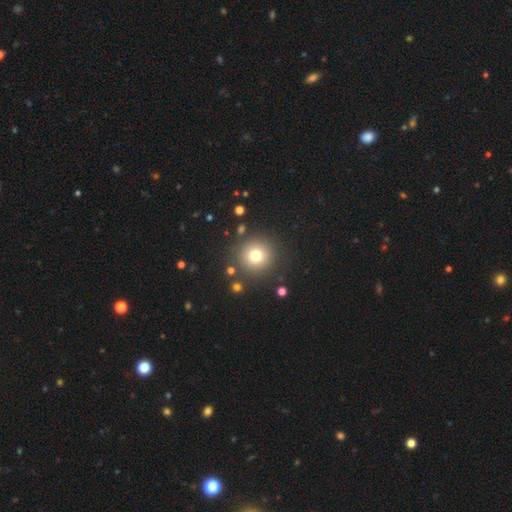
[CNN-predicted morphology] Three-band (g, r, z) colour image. It shows a smooth galaxy with no disk features (76%) that is round (94%). Merging: none (87%).